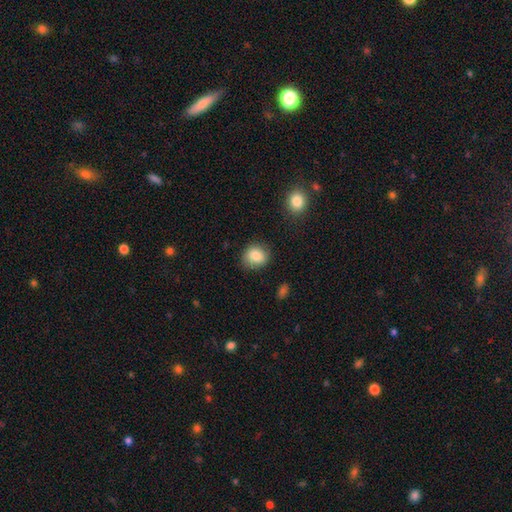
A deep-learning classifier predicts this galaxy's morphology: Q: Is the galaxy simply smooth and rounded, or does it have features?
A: smooth — 84%.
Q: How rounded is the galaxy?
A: round — 69%.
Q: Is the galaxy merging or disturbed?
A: none — 82%.